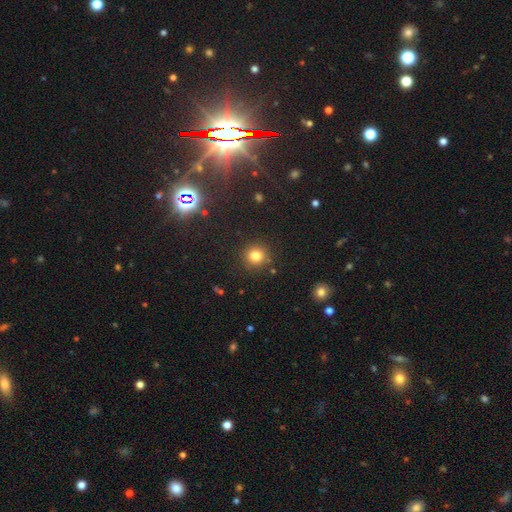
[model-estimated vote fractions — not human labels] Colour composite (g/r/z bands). It shows a smooth galaxy with no disk features (79%) that is round (93%). Merging: none (88%).